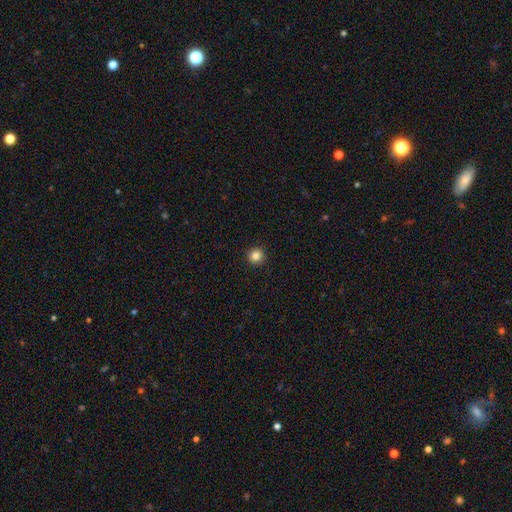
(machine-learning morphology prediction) type=smooth (84%); roundness=round (94%); merging=none (93%).